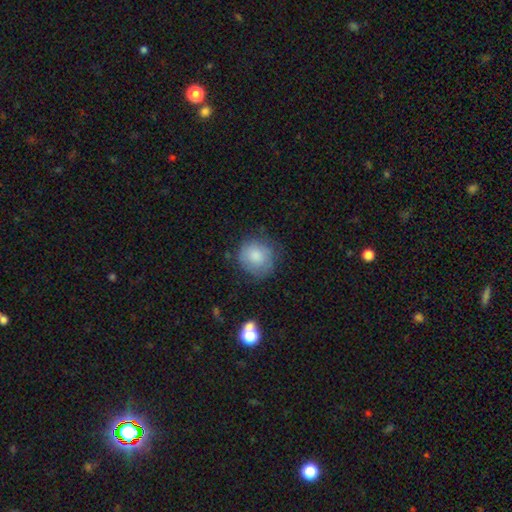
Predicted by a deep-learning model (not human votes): This is likely a smooth galaxy (78%). How rounded: clearly round (86%). Merging: likely none (68%).